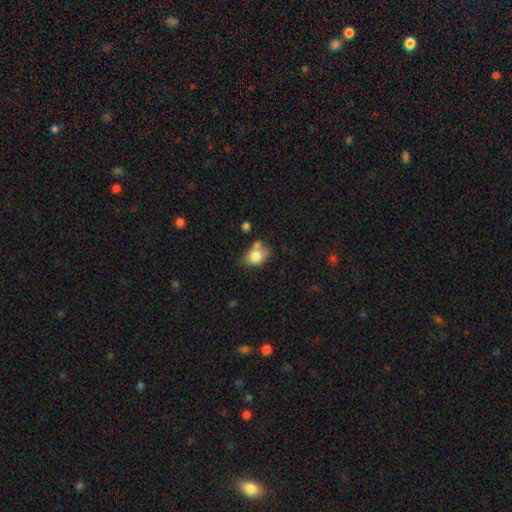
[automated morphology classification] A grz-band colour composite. It shows a smooth galaxy with no disk features (78%) that is in between round and cigar-shaped (60%). Merging: none (45%).